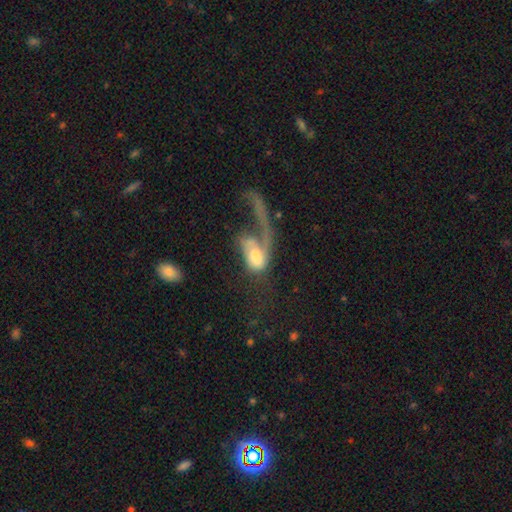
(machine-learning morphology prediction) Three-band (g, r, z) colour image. It shows a featured or disk galaxy (52%). Merging: major disturbance (60%).